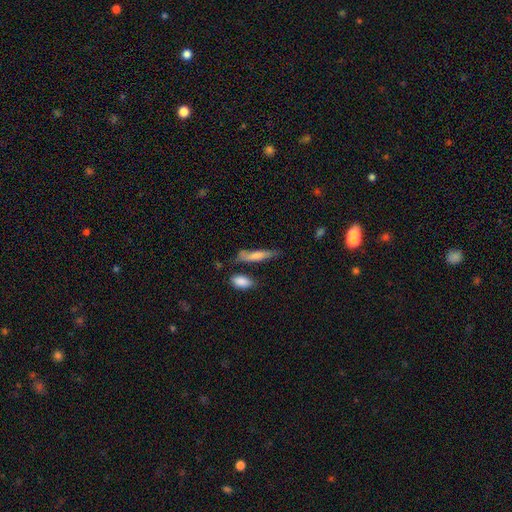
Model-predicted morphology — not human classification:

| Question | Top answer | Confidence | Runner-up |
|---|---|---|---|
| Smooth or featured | smooth | 70% | featured or disk (24%) |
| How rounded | cigar-shaped | 77% | in between (21%) |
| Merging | none | 62% | minor disturbance (22%) |